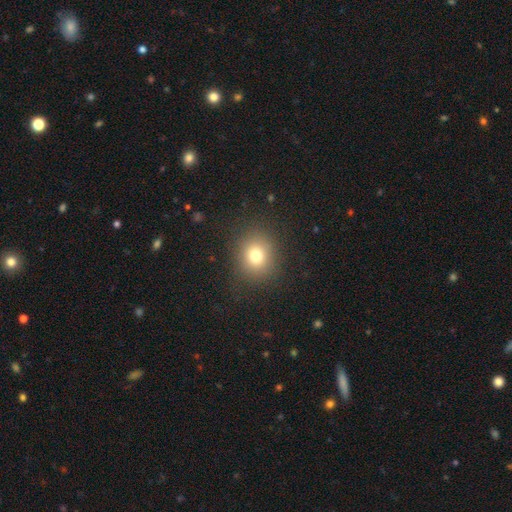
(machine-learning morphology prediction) smooth-or-featured: smooth: 76% | star or artifact: 14% | featured or disk: 9%
  how-rounded: round: 79% | in between: 20% | cigar-shaped: 1%
  merging: none: 86% | minor disturbance: 8% | major disturbance: 4% | merger: 1%